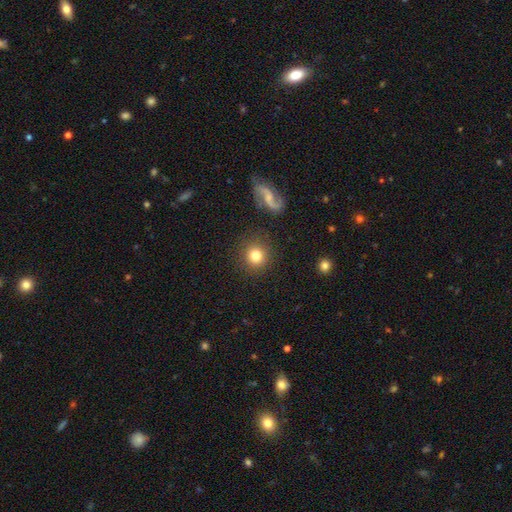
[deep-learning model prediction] smooth 80%, star or artifact 10%, featured or disk 10%. Down the decision tree: how rounded — round (92%); merging — none (88%).